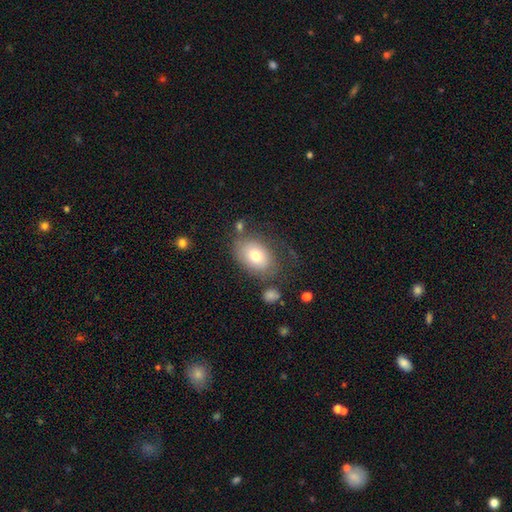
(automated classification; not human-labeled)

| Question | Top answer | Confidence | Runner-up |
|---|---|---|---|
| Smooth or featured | smooth | 73% | featured or disk (18%) |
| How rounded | in between | 81% | round (18%) |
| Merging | none | 64% | minor disturbance (19%) |